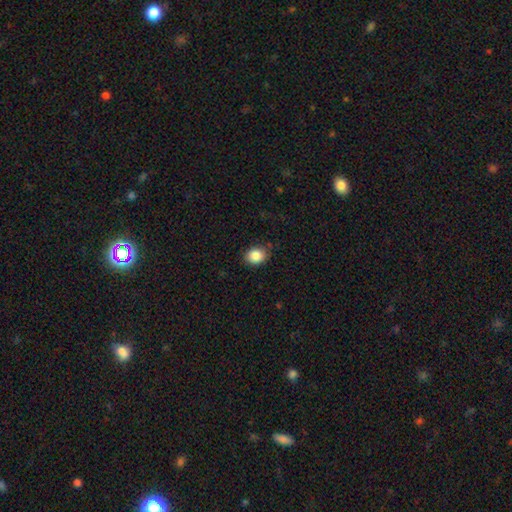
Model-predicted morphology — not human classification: A smooth galaxy with no disk features (87%) that is round (50%).

Vote fractions:
- Smooth or featured? smooth: 87% / star or artifact: 9% / featured or disk: 4%
- How rounded? round: 50% / in between: 49% / cigar-shaped: 1%
- Merging? none: 83% / minor disturbance: 13% / major disturbance: 3% / merger: 1%